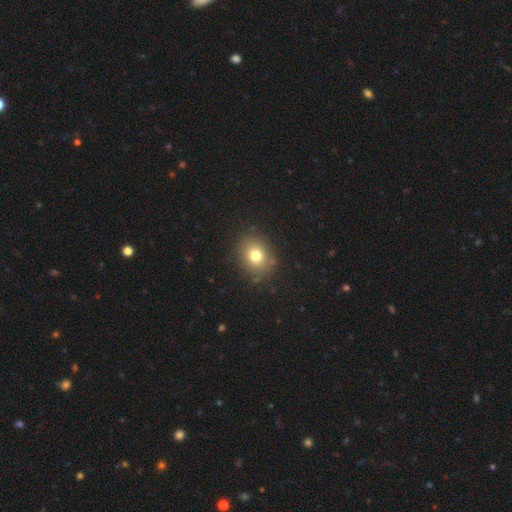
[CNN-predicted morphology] type=smooth (77%); roundness=round (72%); merging=none (86%).